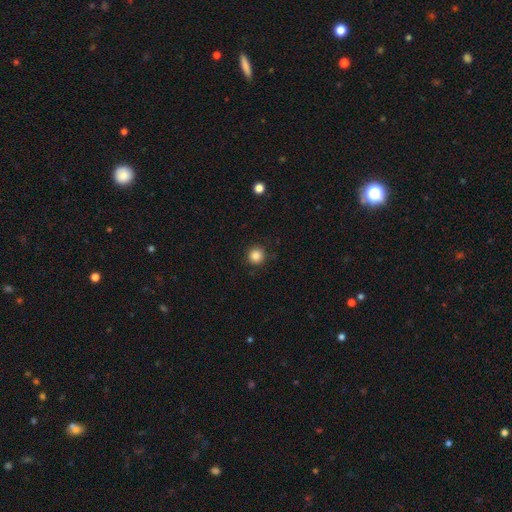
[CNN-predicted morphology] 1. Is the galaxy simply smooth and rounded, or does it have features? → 85% smooth, 11% star or artifact, 4% featured or disk.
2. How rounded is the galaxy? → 95% round, 4% in between, 1% cigar-shaped.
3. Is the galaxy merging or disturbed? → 91% none, 6% minor disturbance, 2% major disturbance, 1% merger.